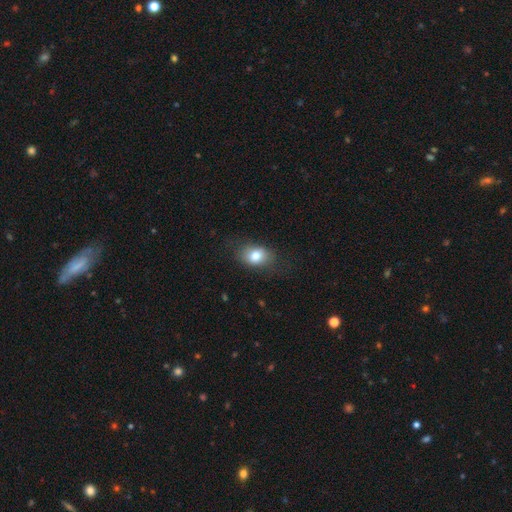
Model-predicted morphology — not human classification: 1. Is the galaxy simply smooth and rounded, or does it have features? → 80% smooth, 12% featured or disk, 9% star or artifact.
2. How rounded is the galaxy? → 74% in between, 25% round, 1% cigar-shaped.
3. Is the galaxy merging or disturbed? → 74% none, 18% minor disturbance, 7% major disturbance, 1% merger.